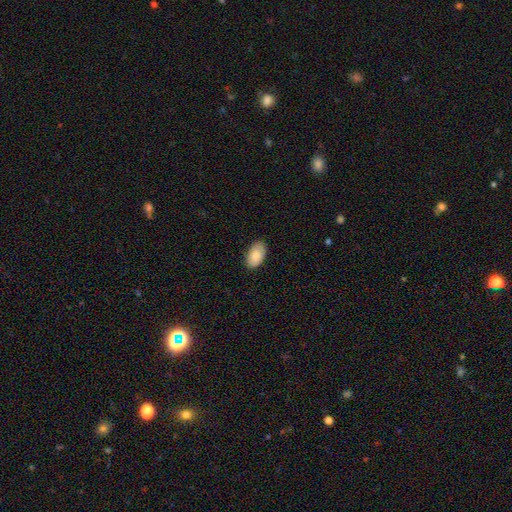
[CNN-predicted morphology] The model was most divided on "merging": none: 85%, minor disturbance: 12%, major disturbance: 2%, merger: 1%. More confident: how rounded — in between (94%); smooth or featured — smooth (85%).